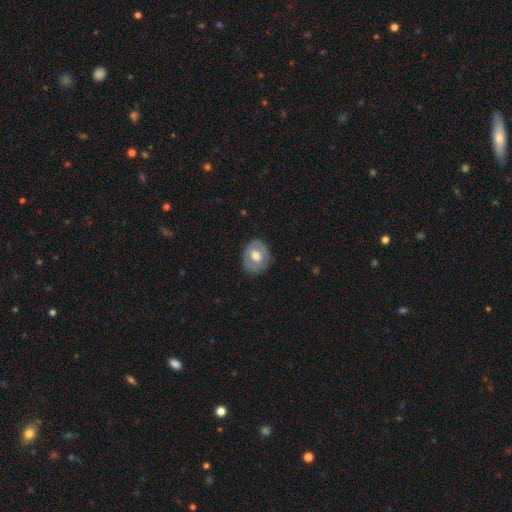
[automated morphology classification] A smooth galaxy with no disk features (50%) that is round (52%).

Vote fractions:
- Smooth or featured? smooth: 50% / featured or disk: 43% / star or artifact: 7%
- How rounded? round: 52% / in between: 47% / cigar-shaped: 1%
- Merging? none: 77% / minor disturbance: 17% / major disturbance: 5% / merger: 1%